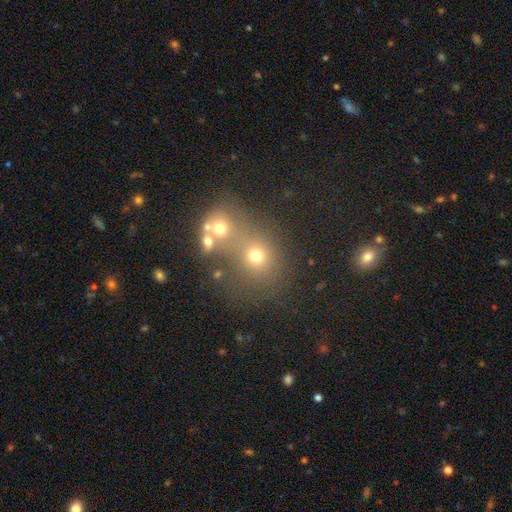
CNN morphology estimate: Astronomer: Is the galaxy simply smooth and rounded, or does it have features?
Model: smooth — 62%.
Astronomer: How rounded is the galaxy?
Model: round — 76%.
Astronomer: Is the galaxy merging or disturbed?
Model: merger — 43% (runner-up: none, 42%).